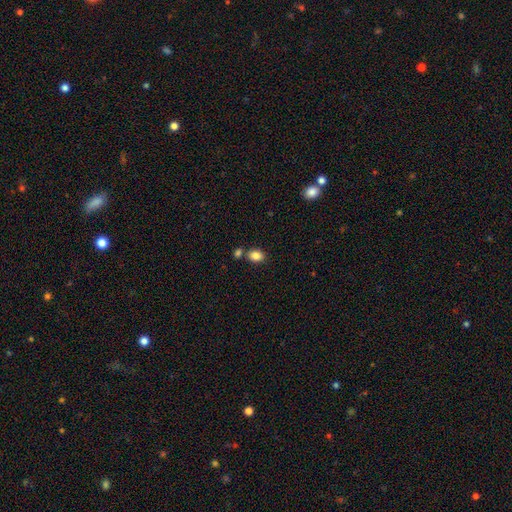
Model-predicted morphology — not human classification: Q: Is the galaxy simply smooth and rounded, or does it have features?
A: smooth — 85%.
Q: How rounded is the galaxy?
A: in between — 64%.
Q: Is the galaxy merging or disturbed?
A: none — 69%.